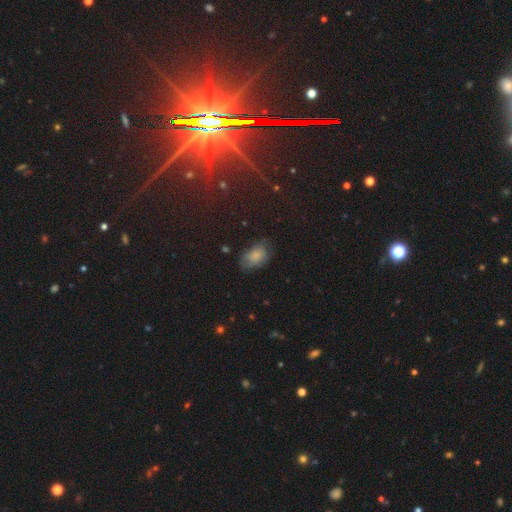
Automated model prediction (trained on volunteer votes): Smooth or featured: smooth — 73% (featured or disk — 14%)
How rounded: in between — 88% (round — 10%)
Merging: none — 60% (minor disturbance — 28%)